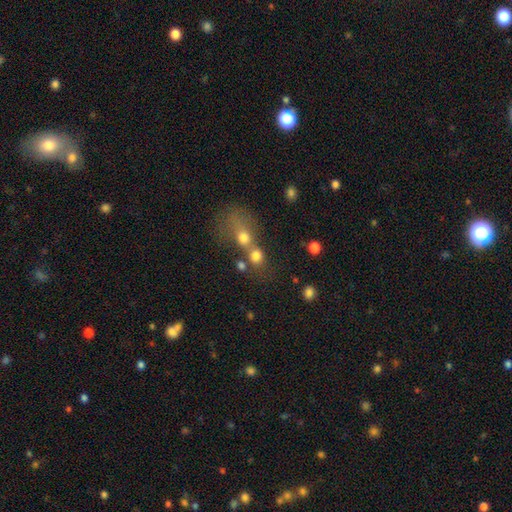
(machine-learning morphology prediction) Smooth or featured? Predicted: smooth (p=0.73). How rounded? Predicted: round (p=0.73). Merging? Predicted: merger (p=0.53).